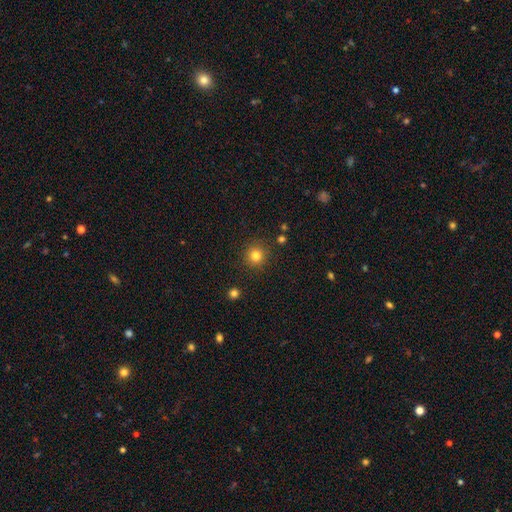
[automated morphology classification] Smooth or featured? smooth (81%)
How rounded? round (94%)
Merging? none (89%)